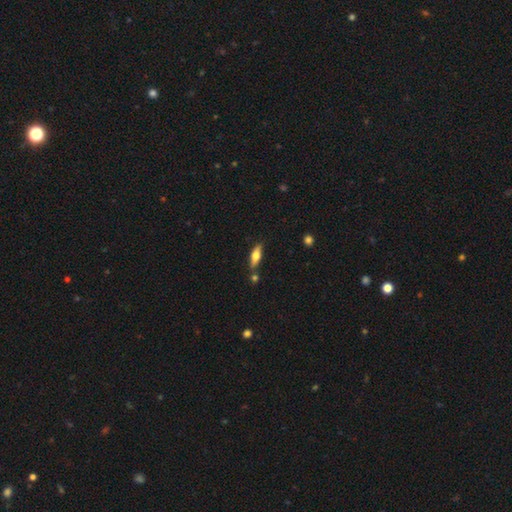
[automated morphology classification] This appears to be a smooth galaxy with no disk features (57%) that is in between round and cigar-shaped (53%). Merging: none (75%).